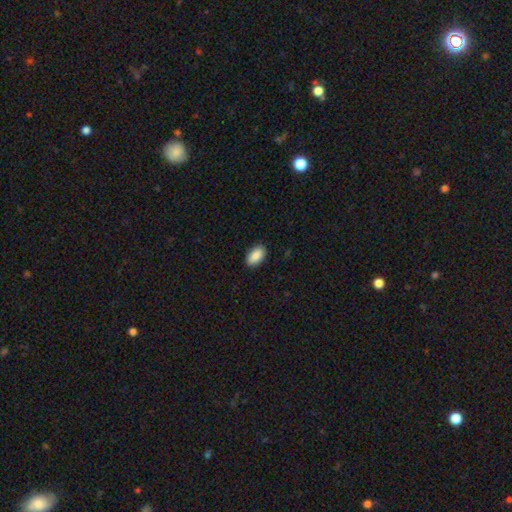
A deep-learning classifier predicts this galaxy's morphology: The model was most divided on "merging": none: 88%, minor disturbance: 9%, major disturbance: 2%, merger: 1%. More confident: how rounded — in between (94%); smooth or featured — smooth (89%).